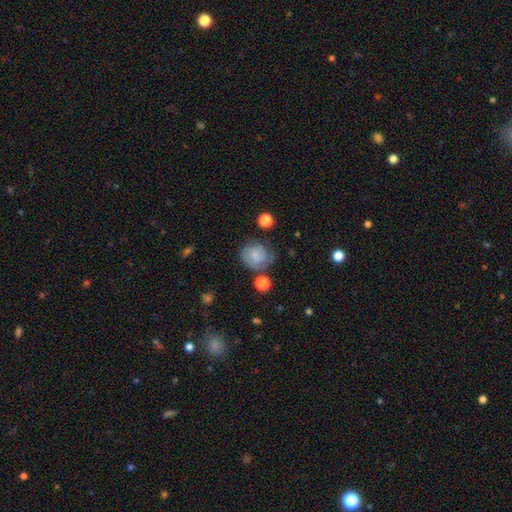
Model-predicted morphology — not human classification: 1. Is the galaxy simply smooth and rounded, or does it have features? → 58% smooth, 33% featured or disk, 9% star or artifact.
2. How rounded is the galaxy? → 73% round, 26% in between, 1% cigar-shaped.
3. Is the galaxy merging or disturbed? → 55% none, 26% minor disturbance, 13% major disturbance, 5% merger.